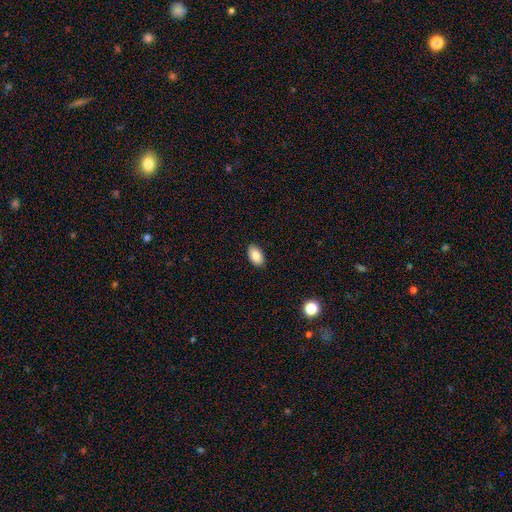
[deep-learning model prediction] Smooth or featured: smooth — 87% (star or artifact — 7%)
How rounded: in between — 93% (round — 5%)
Merging: none — 88% (minor disturbance — 9%)